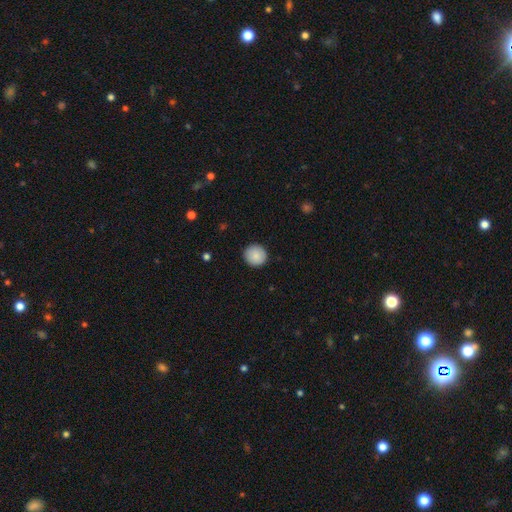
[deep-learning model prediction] A smooth galaxy with no disk features (89%) that is round (95%). Merging: none (92%).